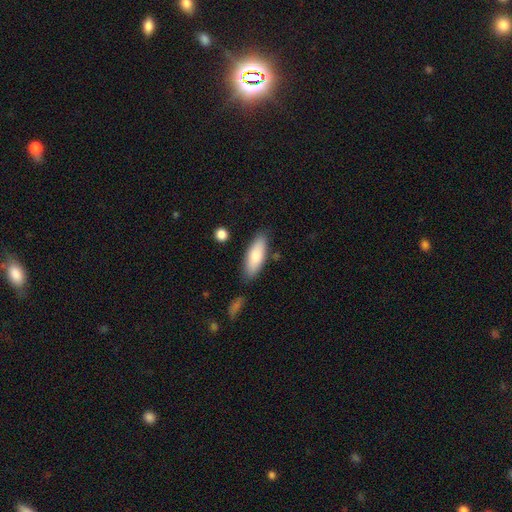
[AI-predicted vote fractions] Smooth or featured?
  - smooth: 78% *
  - featured or disk: 16%
  - star or artifact: 6%
How rounded?
  - in between: 65% *
  - cigar-shaped: 33%
  - round: 2%
Merging?
  - none: 81% *
  - minor disturbance: 12%
  - merger: 4%
  - major disturbance: 3%